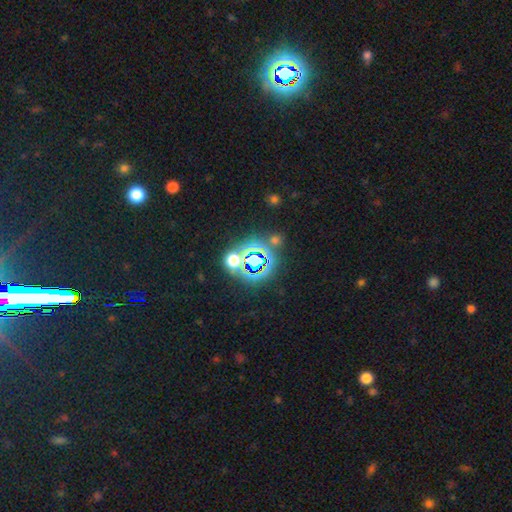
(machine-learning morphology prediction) star or artifact 74%, smooth 17%, featured or disk 10%.